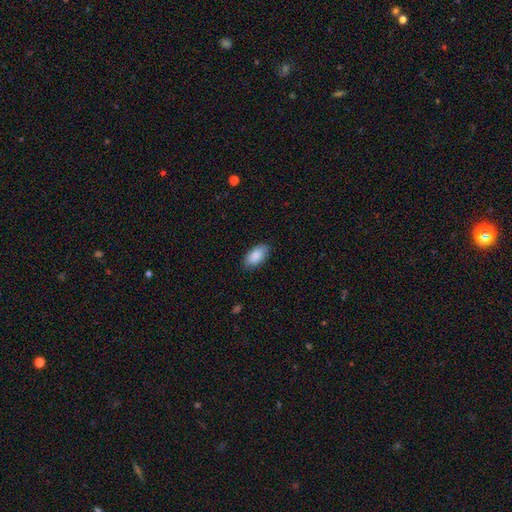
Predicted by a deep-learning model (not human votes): Smooth or featured?
  - smooth: 89% *
  - star or artifact: 6%
  - featured or disk: 5%
How rounded?
  - in between: 94% *
  - cigar-shaped: 4%
  - round: 3%
Merging?
  - none: 85% *
  - minor disturbance: 11%
  - major disturbance: 2%
  - merger: 1%